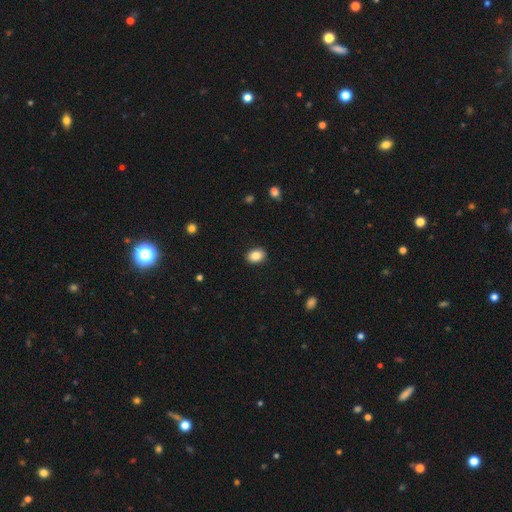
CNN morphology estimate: Smooth or featured?
  - smooth: 87% *
  - star or artifact: 8%
  - featured or disk: 5%
How rounded?
  - in between: 71% *
  - round: 28%
  - cigar-shaped: 1%
Merging?
  - none: 90% *
  - minor disturbance: 7%
  - major disturbance: 2%
  - merger: 1%